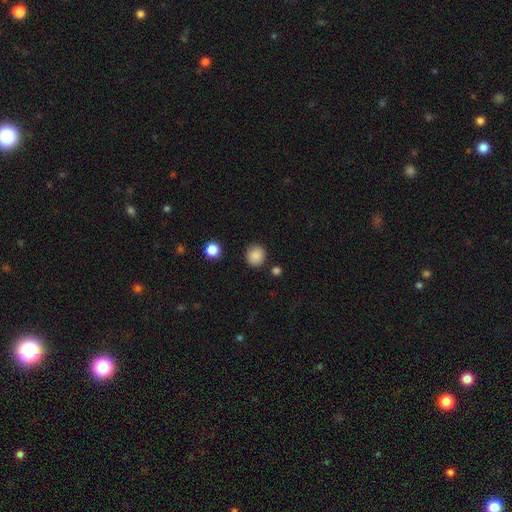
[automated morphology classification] This appears to be a smooth galaxy with no disk features (87%) that is round (91%). Merging: none (87%).